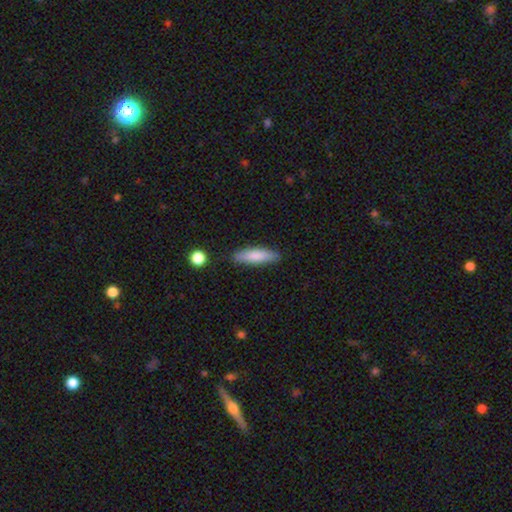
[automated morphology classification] The model was most divided on "how rounded": cigar-shaped: 68%, in between: 31%, round: 2%. More confident: merging — none (85%); smooth or featured — smooth (82%).